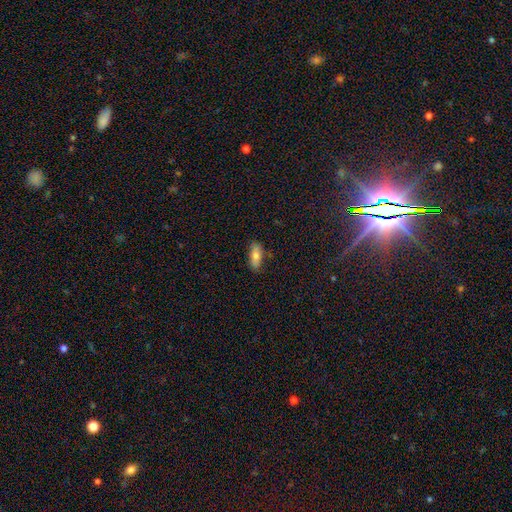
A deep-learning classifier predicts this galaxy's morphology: Smooth or featured: smooth — 74% (featured or disk — 18%)
How rounded: in between — 77% (cigar-shaped — 21%)
Merging: none — 80% (minor disturbance — 15%)